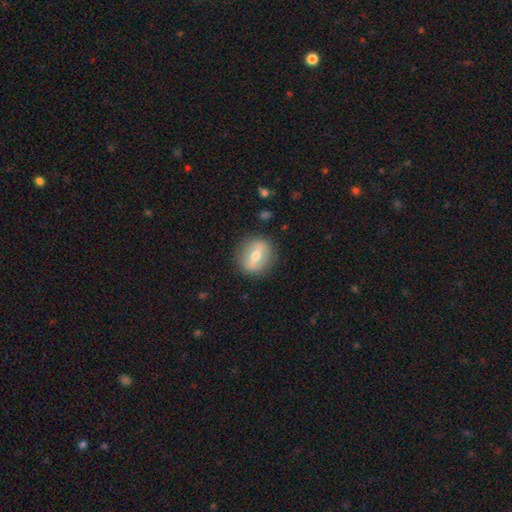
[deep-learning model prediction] This appears to be a featured or disk galaxy (51%). Merging: none (86%).